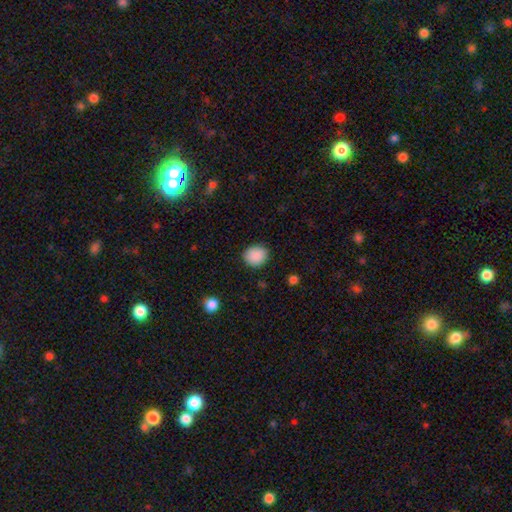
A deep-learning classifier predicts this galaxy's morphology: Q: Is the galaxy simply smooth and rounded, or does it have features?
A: smooth — 89%.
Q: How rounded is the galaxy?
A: round — 70%.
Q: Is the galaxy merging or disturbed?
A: none — 86%.